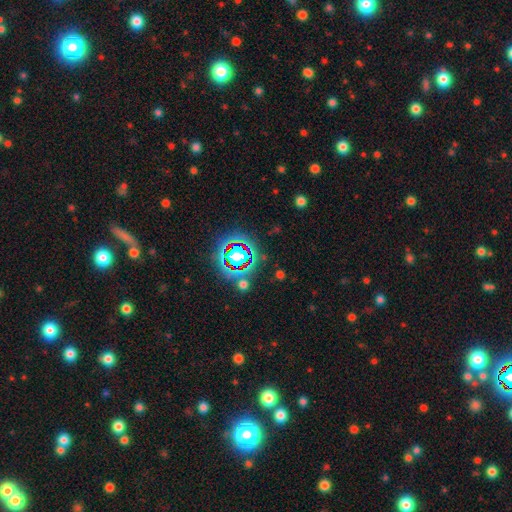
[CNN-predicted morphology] smooth_or_featured: star or artifact (p=0.77) [alt: smooth p=0.15]